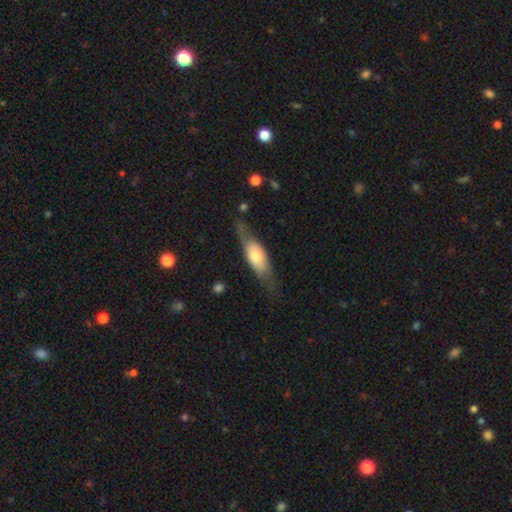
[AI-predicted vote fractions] A smooth galaxy with no disk features (48%).

Vote fractions:
- Smooth or featured? smooth: 48% / featured or disk: 46% / star or artifact: 6%
- Merging? none: 56% / minor disturbance: 26% / major disturbance: 15% / merger: 3%